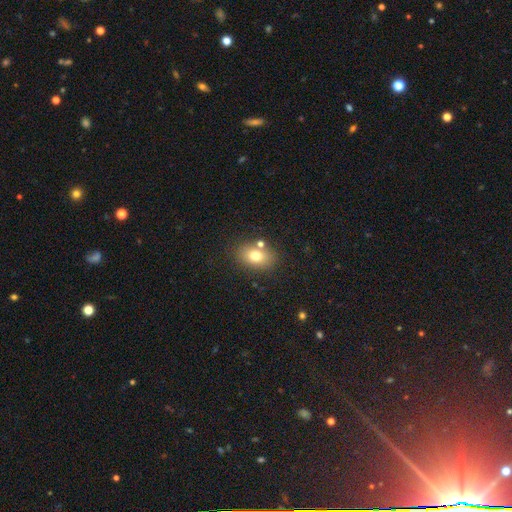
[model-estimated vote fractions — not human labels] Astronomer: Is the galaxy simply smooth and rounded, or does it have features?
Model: smooth — 75%.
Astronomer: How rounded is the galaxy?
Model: in between — 72%.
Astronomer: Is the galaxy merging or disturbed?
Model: none — 74%.